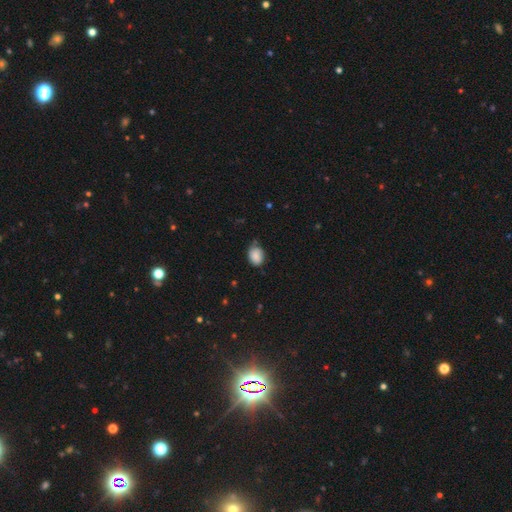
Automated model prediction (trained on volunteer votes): Smooth or featured: smooth — 87% (star or artifact — 8%)
How rounded: in between — 64% (round — 35%)
Merging: none — 70% (minor disturbance — 24%)